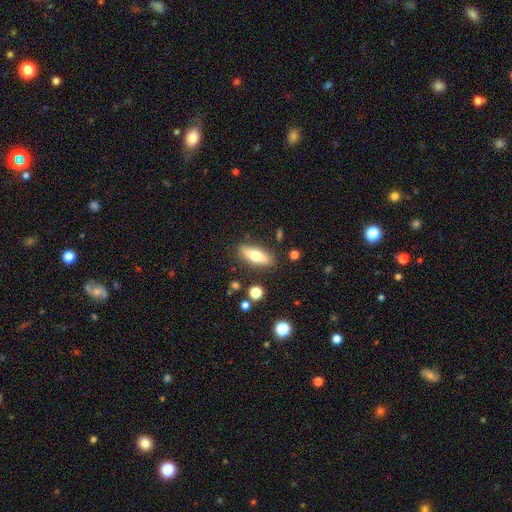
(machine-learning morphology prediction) smooth_or_featured: smooth (p=0.58) [alt: featured or disk p=0.35]
how_rounded: in between (p=0.59) [alt: cigar-shaped p=0.38]
merging: none (p=0.84) [alt: minor disturbance p=0.11]